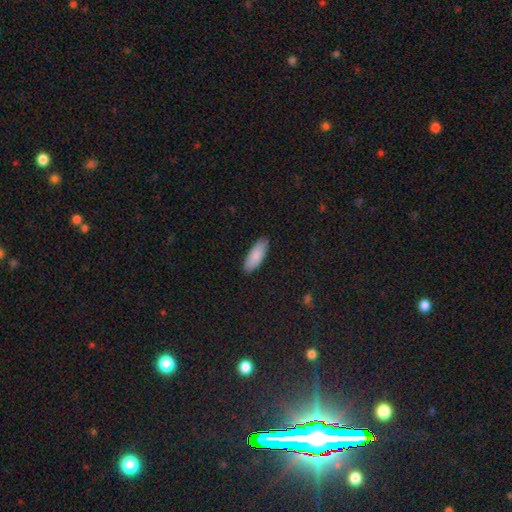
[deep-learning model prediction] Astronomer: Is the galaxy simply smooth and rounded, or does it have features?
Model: smooth — 88%.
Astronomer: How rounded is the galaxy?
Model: in between — 71%.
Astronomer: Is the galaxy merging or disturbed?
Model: none — 87%.